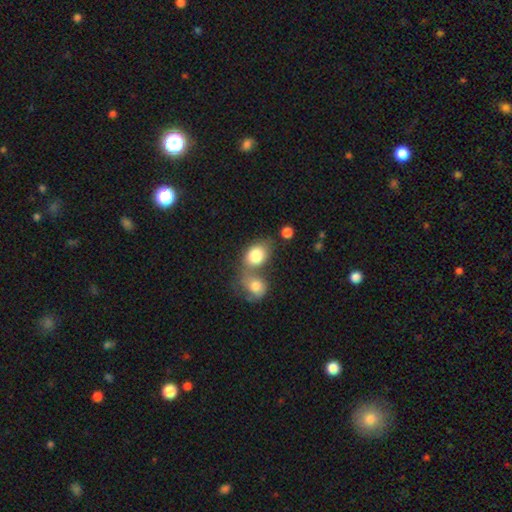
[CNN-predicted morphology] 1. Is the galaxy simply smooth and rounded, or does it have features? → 82% smooth, 11% featured or disk, 7% star or artifact.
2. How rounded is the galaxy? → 61% in between, 38% round, 1% cigar-shaped.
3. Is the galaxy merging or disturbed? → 56% merger, 27% none, 11% minor disturbance, 6% major disturbance.